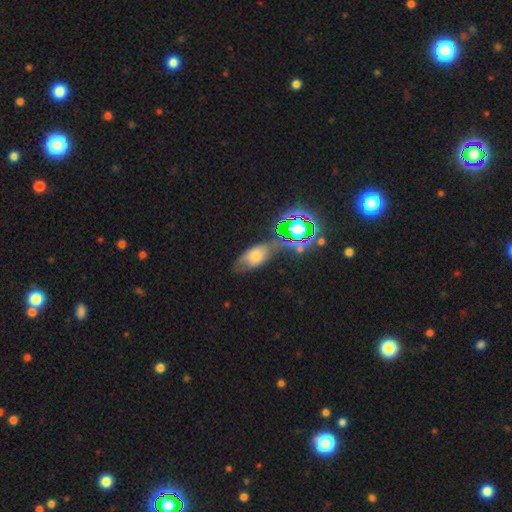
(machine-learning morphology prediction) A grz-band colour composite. It shows a smooth galaxy with no disk features (46%). Merging: none (57%).